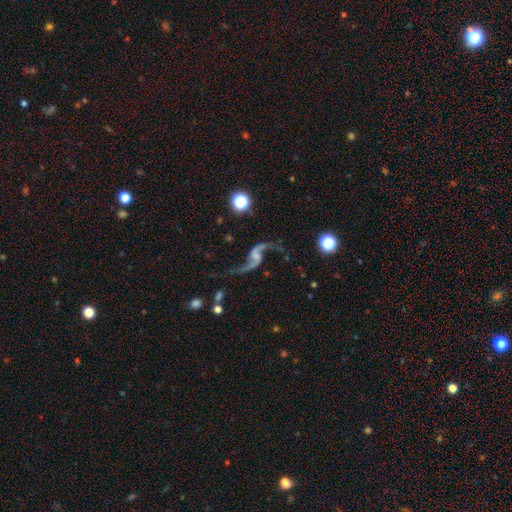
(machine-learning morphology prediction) Smooth or featured?
  - featured or disk: 88% *
  - star or artifact: 7%
  - smooth: 5%
Edge-on disk?
  - no: 97% *
  - yes: 3%
Bar?
  - no: 49% *
  - weak: 37%
  - strong: 14%
Spiral arms?
  - yes: 96% *
  - no: 4%
Spiral winding?
  - loose: 93% *
  - medium: 5%
  - tight: 2%
Spiral arm count?
  - 2: 94% *
  - 1: 2%
  - can't tell: 1%
  - 3: 1%
  - 4: 1%
  - more than 4: 1%
Bulge size?
  - none: 57% *
  - small: 23%
  - moderate: 12%
  - large: 6%
  - dominant: 2%
Merging?
  - none: 68% *
  - minor disturbance: 14%
  - major disturbance: 13%
  - merger: 5%